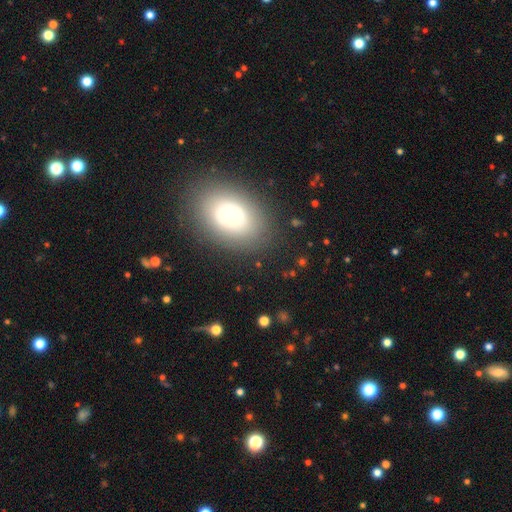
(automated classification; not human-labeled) A smooth galaxy with no disk features (67%) that is in between round and cigar-shaped (84%). Merging: none (85%).